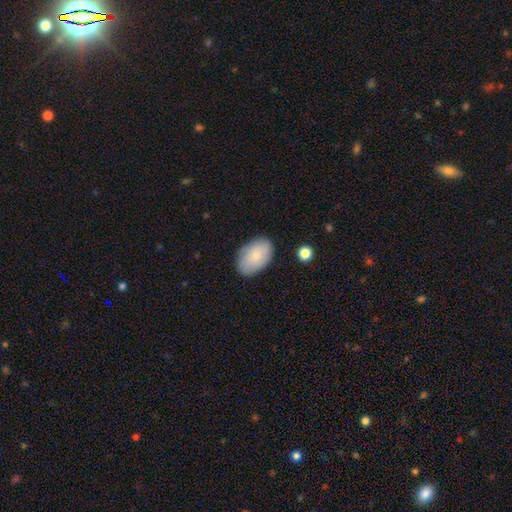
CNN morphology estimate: type=smooth (82%); roundness=in between (92%); merging=none (83%).